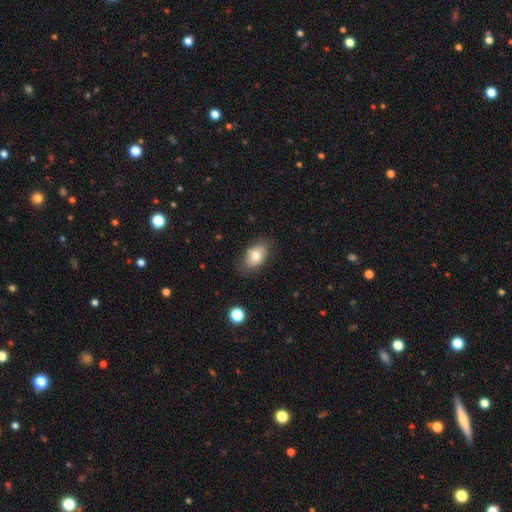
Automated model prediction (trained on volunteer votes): Smooth or featured?
  - smooth: 77% *
  - featured or disk: 15%
  - star or artifact: 8%
How rounded?
  - in between: 88% *
  - round: 10%
  - cigar-shaped: 2%
Merging?
  - none: 77% *
  - minor disturbance: 18%
  - major disturbance: 4%
  - merger: 2%